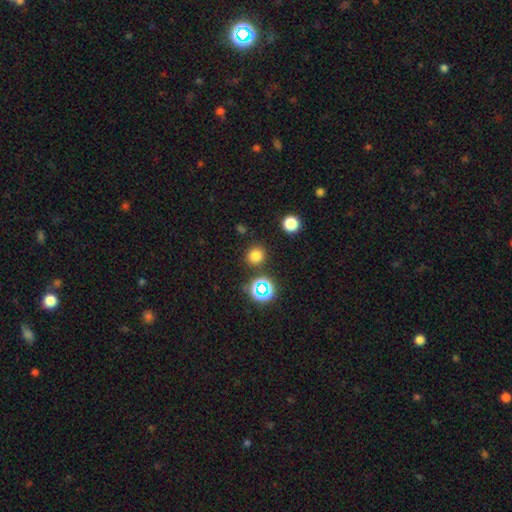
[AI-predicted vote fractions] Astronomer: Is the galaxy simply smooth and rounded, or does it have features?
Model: smooth — 73%.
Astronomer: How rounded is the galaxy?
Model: round — 88%.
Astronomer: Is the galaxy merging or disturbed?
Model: none — 86%.